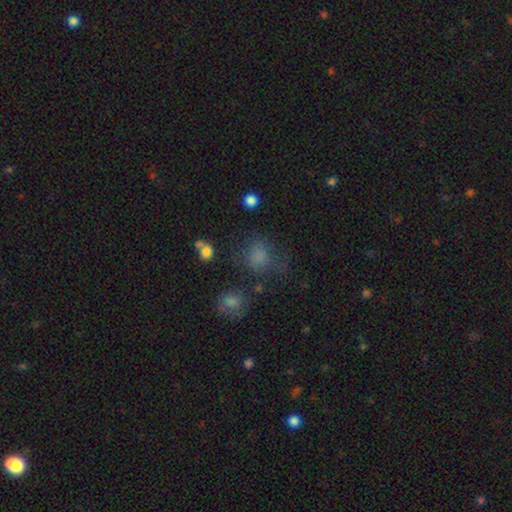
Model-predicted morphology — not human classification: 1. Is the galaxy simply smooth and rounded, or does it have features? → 67% smooth, 22% star or artifact, 10% featured or disk.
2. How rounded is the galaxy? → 71% round, 27% in between, 1% cigar-shaped.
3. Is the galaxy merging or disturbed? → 58% none, 20% minor disturbance, 15% major disturbance, 6% merger.